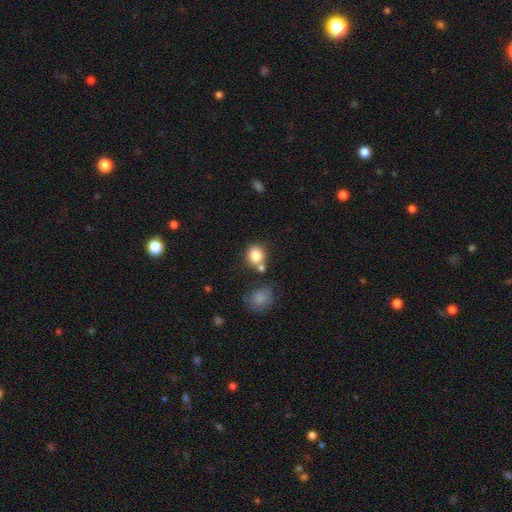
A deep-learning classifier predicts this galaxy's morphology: This appears to be a smooth galaxy with no disk features (83%) that is round (78%). Merging: none (62%).